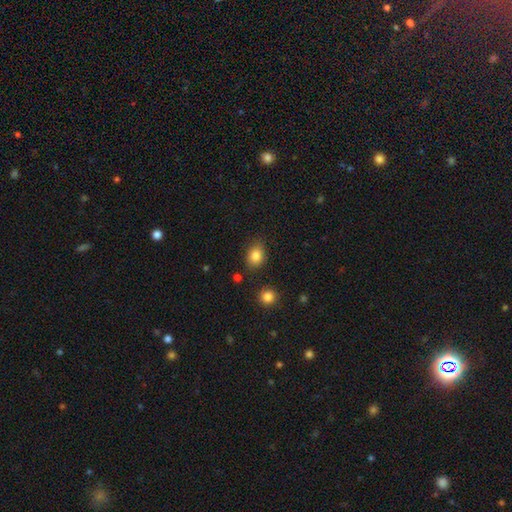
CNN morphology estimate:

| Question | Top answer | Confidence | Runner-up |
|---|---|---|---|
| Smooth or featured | smooth | 84% | star or artifact (10%) |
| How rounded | in between | 59% | round (40%) |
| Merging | none | 80% | minor disturbance (13%) |